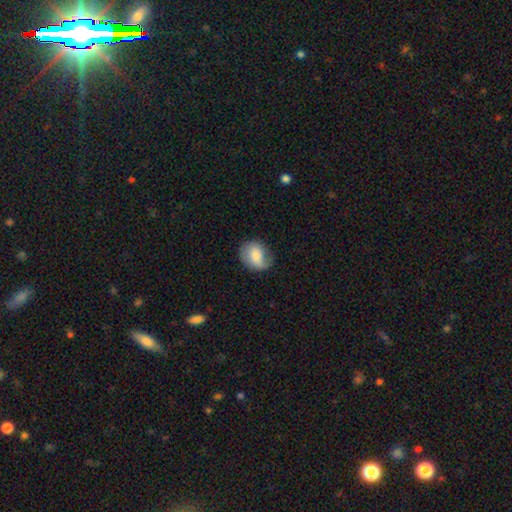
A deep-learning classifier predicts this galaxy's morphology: smooth 66%, featured or disk 27%, star or artifact 7%. Down the decision tree: how rounded — round (53%); merging — none (66%).